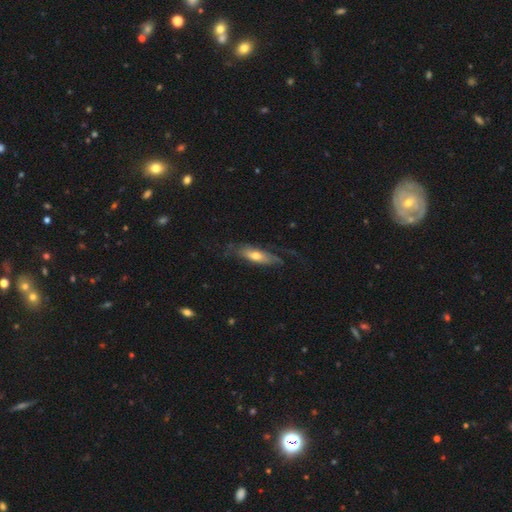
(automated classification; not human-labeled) Overall: featured or disk (49%; smooth 45%). Merging: none (50%; minor disturbance 25%).